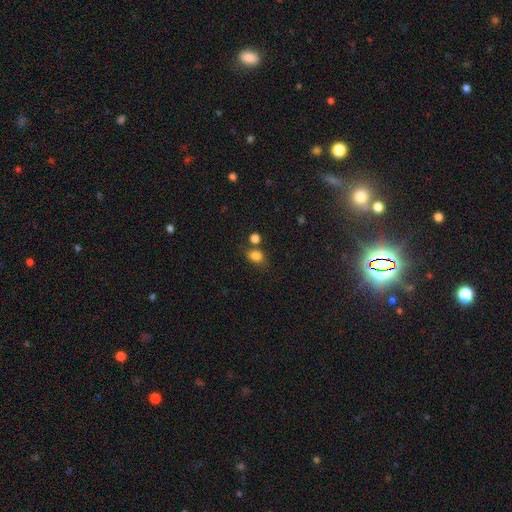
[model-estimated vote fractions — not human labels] Overall: smooth (81%). How rounded: in between (55%; round 44%). Merging: none (60%).